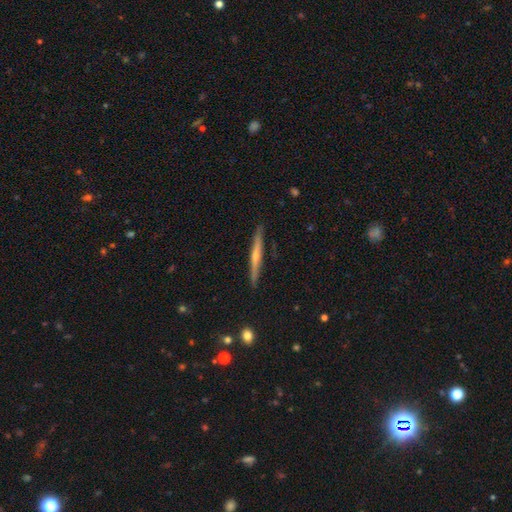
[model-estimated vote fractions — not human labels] This is likely a featured or disk galaxy (67%). It is clearly viewed edge-on (97%). Edge-on bulge: likely rounded (69%). Merging: clearly none (90%).